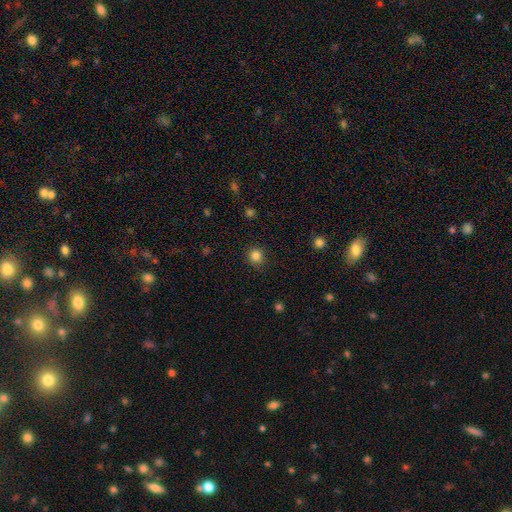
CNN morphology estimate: Smooth or featured? Predicted: smooth (p=0.84). How rounded? Predicted: round (p=0.92). Merging? Predicted: none (p=0.89).